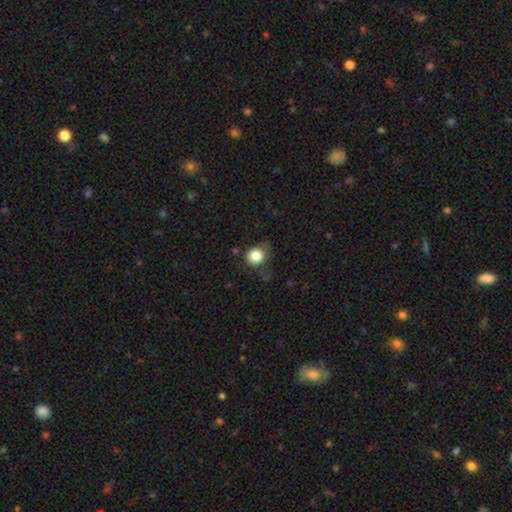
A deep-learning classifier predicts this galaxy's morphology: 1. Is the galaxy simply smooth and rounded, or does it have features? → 82% smooth, 10% star or artifact, 7% featured or disk.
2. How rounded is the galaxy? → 77% round, 22% in between, 1% cigar-shaped.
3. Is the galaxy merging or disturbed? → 62% none, 26% minor disturbance, 9% major disturbance, 2% merger.